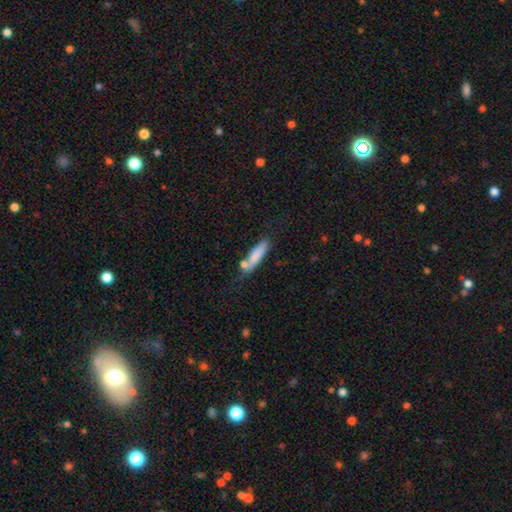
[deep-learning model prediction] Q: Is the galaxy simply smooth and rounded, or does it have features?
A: smooth — 78%.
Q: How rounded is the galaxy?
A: cigar-shaped — 69%.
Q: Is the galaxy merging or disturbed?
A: none — 55%.